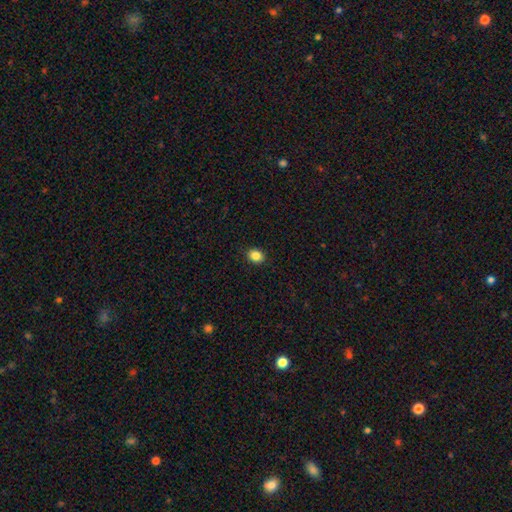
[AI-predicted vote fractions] Smooth or featured? smooth (86%)
How rounded? round (53%)
Merging? none (91%)